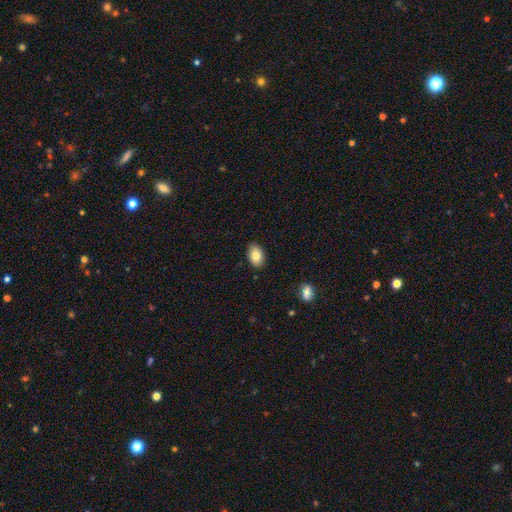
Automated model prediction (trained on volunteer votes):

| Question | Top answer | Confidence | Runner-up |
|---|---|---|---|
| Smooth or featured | smooth | 84% | featured or disk (8%) |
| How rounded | in between | 90% | round (9%) |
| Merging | none | 87% | minor disturbance (10%) |